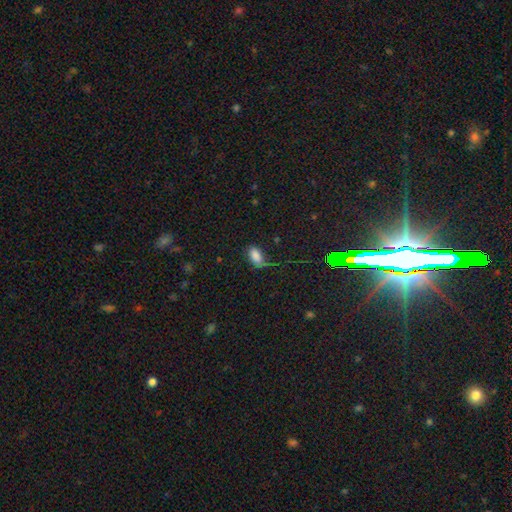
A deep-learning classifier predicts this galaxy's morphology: Q: Smooth or featured?
A: smooth (79%); runner-up: star or artifact (11%)
Q: How rounded?
A: in between (91%); runner-up: round (5%)
Q: Merging?
A: none (49%); runner-up: minor disturbance (28%)